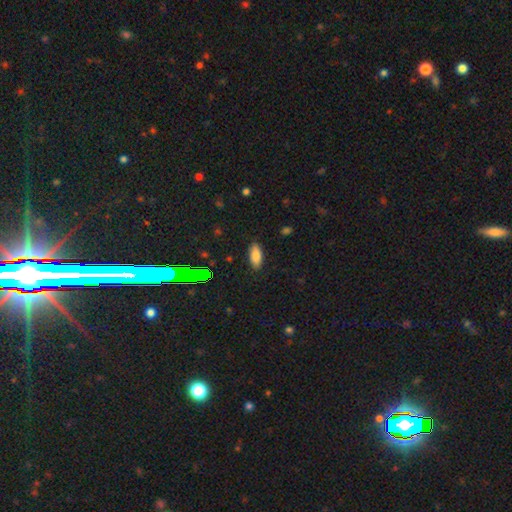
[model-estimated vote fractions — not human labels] The model was most divided on "how rounded": in between: 83%, cigar-shaped: 15%, round: 2%. More confident: merging — none (88%); smooth or featured — smooth (81%).